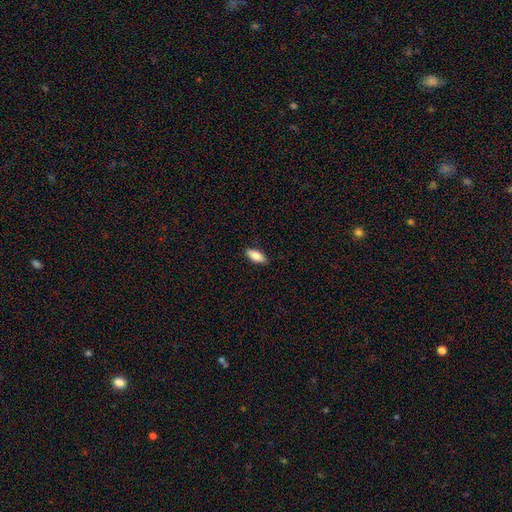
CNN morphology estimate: smooth 83%, featured or disk 11%, star or artifact 6%. Down the decision tree: how rounded — in between (84%); merging — none (88%).